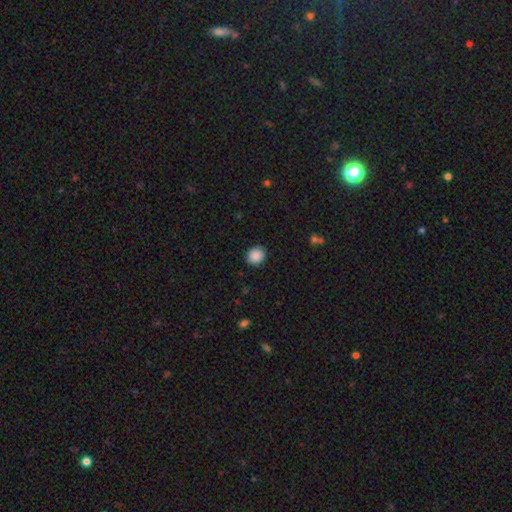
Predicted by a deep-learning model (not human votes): Smooth or featured? Predicted: smooth (p=0.89). How rounded? Predicted: round (p=0.79). Merging? Predicted: none (p=0.91).